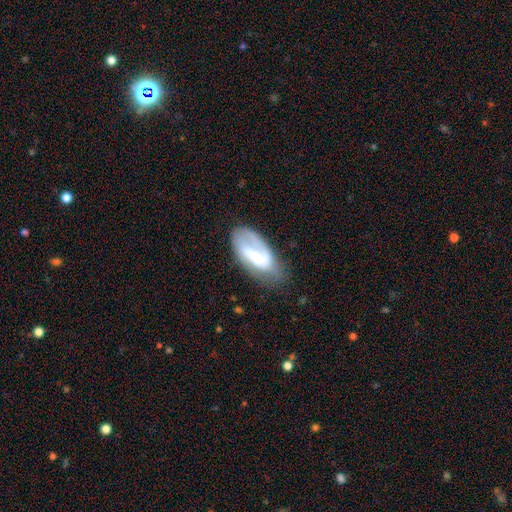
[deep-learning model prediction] Morphology: type=featured or disk (54%); edge-on=no (94%); bar=no (40%); spiral arms=yes (67%); bulge=small (32%); merging=none (50%).